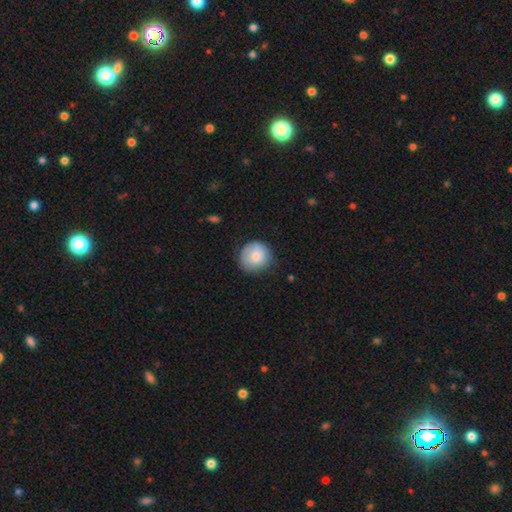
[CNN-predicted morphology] Smooth or featured: smooth — 80% (featured or disk — 13%)
How rounded: round — 91% (in between — 8%)
Merging: none — 76% (minor disturbance — 19%)